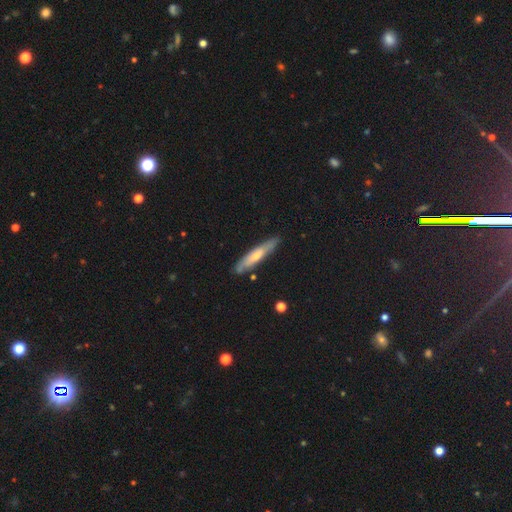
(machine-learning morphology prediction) featured or disk 48%, smooth 47%, star or artifact 5%. Down the decision tree: merging — none (81%).